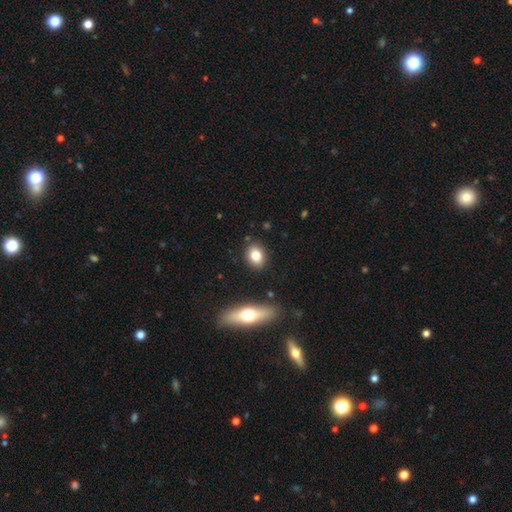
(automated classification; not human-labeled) smooth_or_featured: smooth (p=0.79) [alt: featured or disk p=0.12]
how_rounded: in between (p=0.57) [alt: round p=0.41]
merging: none (p=0.88) [alt: minor disturbance p=0.08]